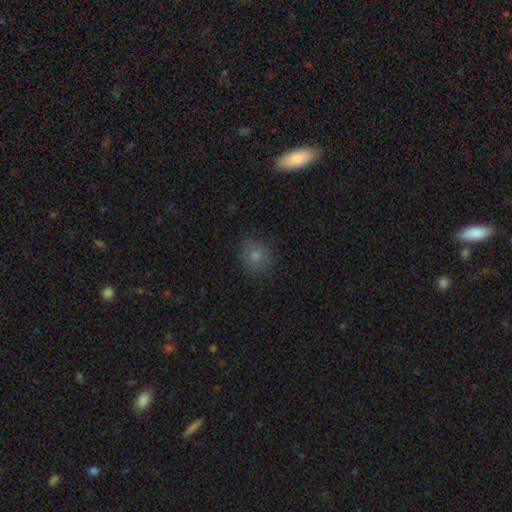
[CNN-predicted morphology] Q: Smooth or featured?
A: smooth (79%); runner-up: star or artifact (13%)
Q: How rounded?
A: round (78%); runner-up: in between (21%)
Q: Merging?
A: none (79%); runner-up: minor disturbance (15%)